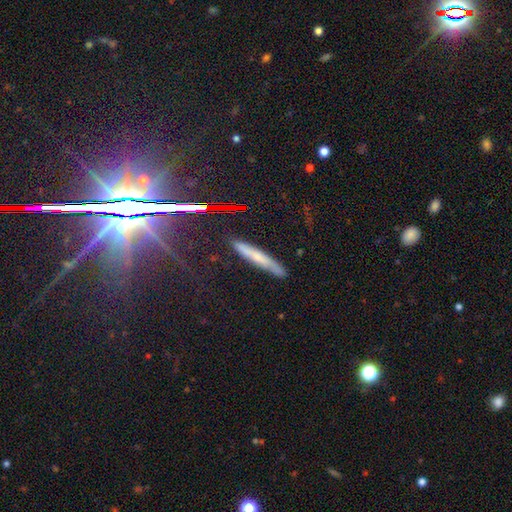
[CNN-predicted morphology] Q: Smooth or featured?
A: smooth (46%); runner-up: featured or disk (38%)
Q: Merging?
A: none (83%); runner-up: minor disturbance (13%)